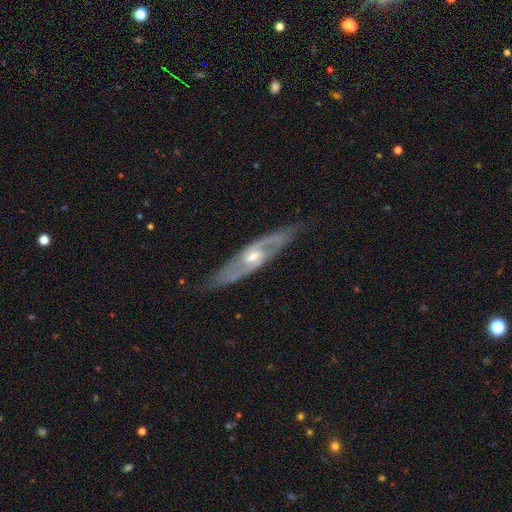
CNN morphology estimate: Smooth or featured? featured or disk (83%)
Edge-on disk? no (68%)
Bar? no (50%)
Spiral arms? yes (88%)
Bulge size? moderate (57%)
Merging? none (82%)